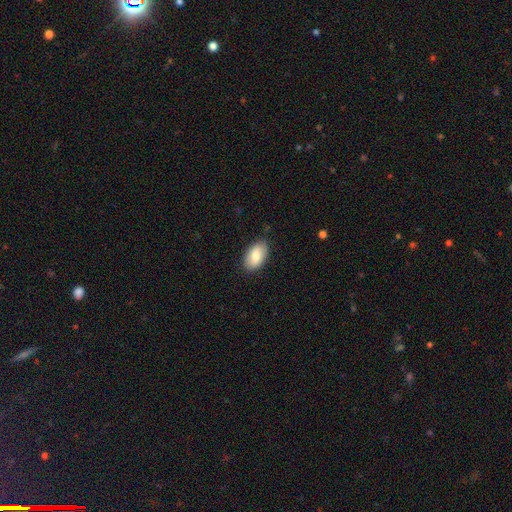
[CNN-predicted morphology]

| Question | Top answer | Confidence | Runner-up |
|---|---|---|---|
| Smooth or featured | smooth | 81% | featured or disk (13%) |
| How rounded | in between | 94% | round (4%) |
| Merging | none | 83% | minor disturbance (13%) |